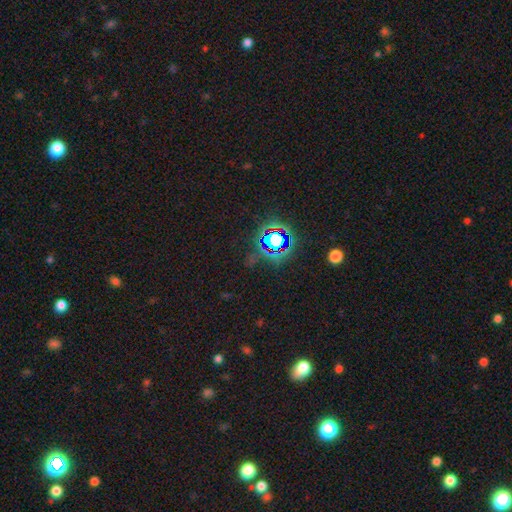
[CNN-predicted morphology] This is likely a star or artifact rather than a galaxy (78%).